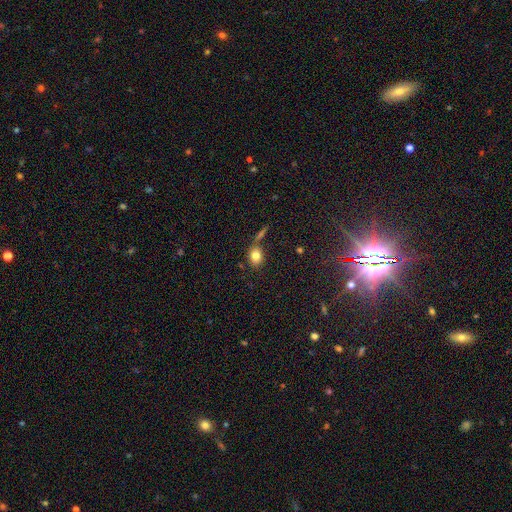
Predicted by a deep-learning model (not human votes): This is clearly a smooth galaxy (81%). How rounded: possibly in between (55%). Merging: likely none (68%).